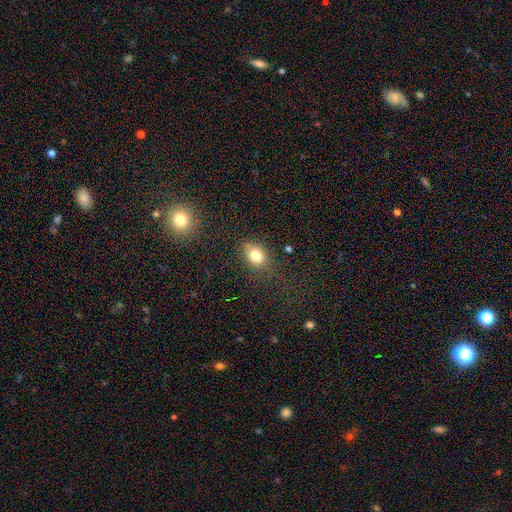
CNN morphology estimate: A smooth galaxy with no disk features (79%) that is in between round and cigar-shaped (57%). Merging: none (71%).